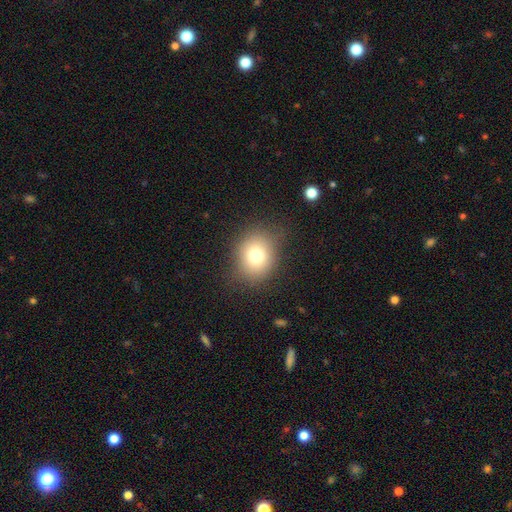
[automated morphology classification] Smooth or featured? Predicted: smooth (p=0.75). How rounded? Predicted: round (p=0.60). Merging? Predicted: none (p=0.81).